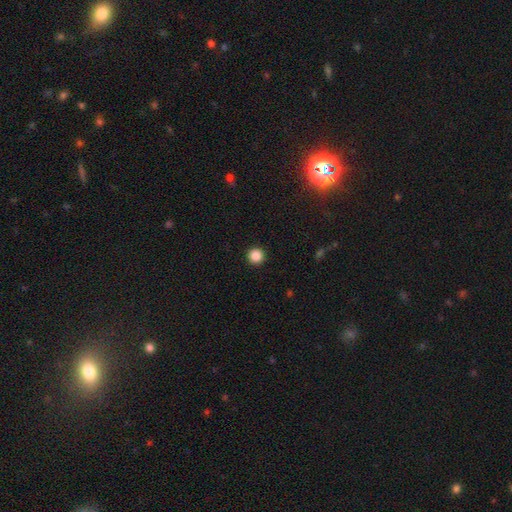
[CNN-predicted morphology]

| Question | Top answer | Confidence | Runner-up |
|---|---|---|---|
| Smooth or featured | smooth | 87% | star or artifact (10%) |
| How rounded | round | 96% | in between (3%) |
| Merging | none | 94% | minor disturbance (4%) |